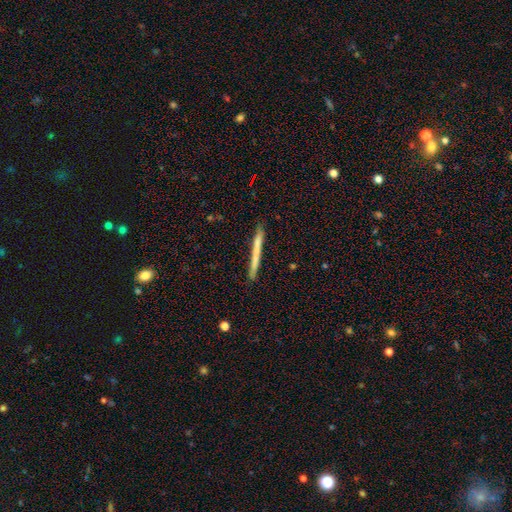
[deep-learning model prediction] This is likely a smooth galaxy (61%). How rounded: clearly cigar-shaped (97%). Merging: clearly none (88%).